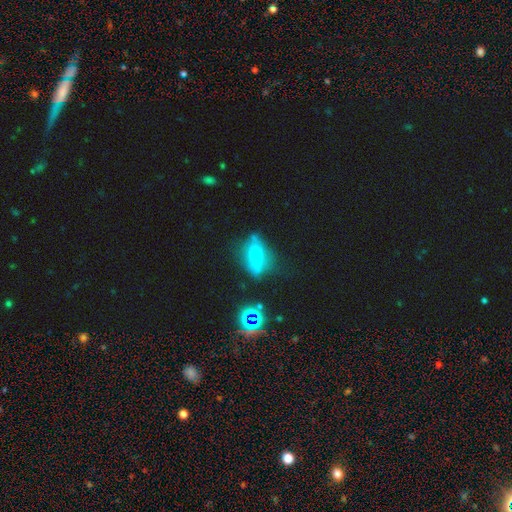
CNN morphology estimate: This is possibly a featured or disk galaxy (45%). Merging: possibly none (56%).